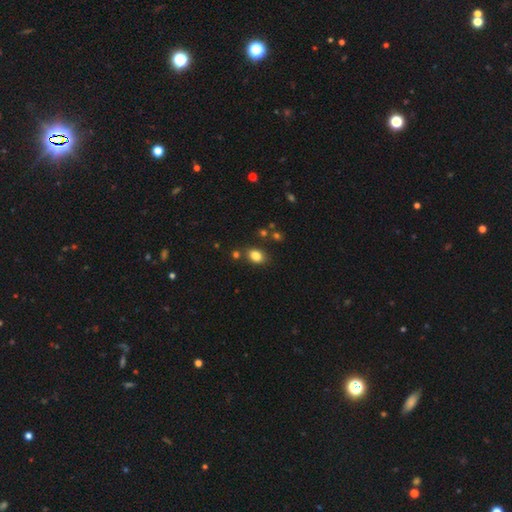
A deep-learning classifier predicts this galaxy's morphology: Overall: smooth (84%). How rounded: in between (73%). Merging: none (78%).